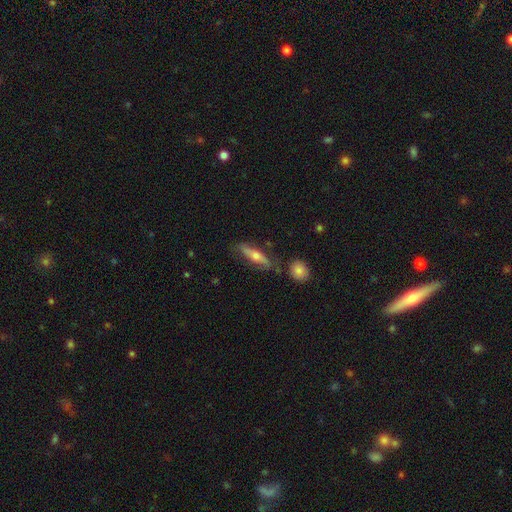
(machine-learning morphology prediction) A featured or disk galaxy (48%). Merging: none (74%).